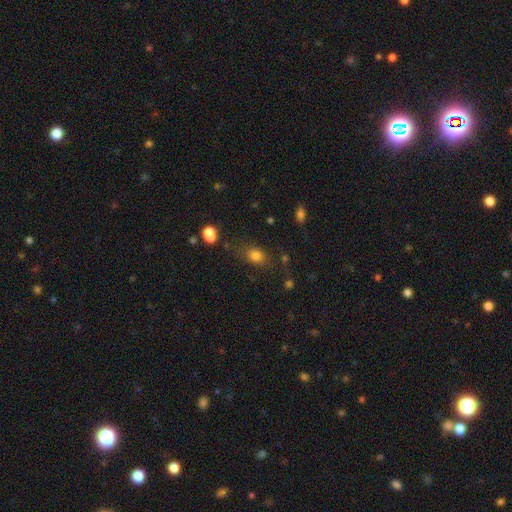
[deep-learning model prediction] The model was most divided on "how rounded": in between: 63%, round: 35%, cigar-shaped: 2%. More confident: smooth or featured — smooth (79%); merging — none (72%).